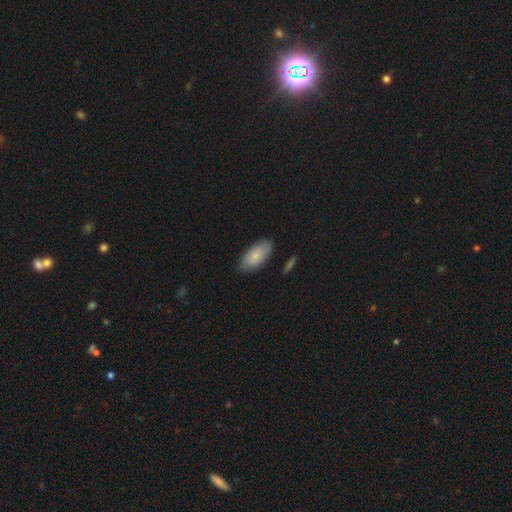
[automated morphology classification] This appears to be a smooth galaxy with no disk features (79%) that is in between round and cigar-shaped (93%). Merging: none (83%).